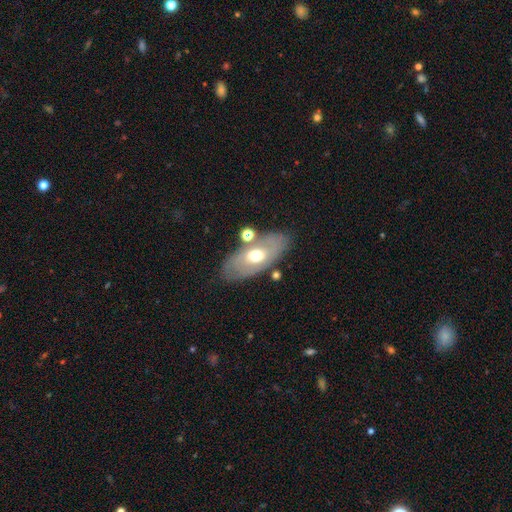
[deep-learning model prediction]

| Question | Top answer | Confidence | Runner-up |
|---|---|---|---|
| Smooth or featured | featured or disk | 51% | smooth (42%) |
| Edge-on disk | no | 82% | yes (18%) |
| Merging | none | 74% | minor disturbance (15%) |